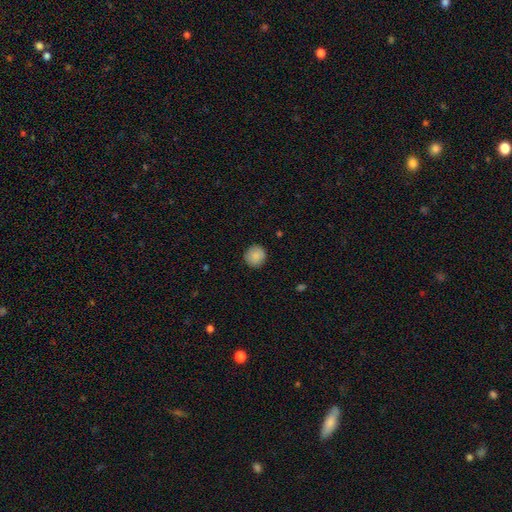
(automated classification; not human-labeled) Overall: smooth (88%). How rounded: round (90%). Merging: none (89%).